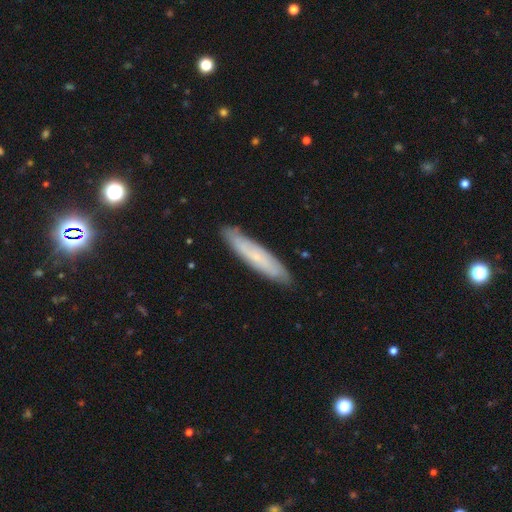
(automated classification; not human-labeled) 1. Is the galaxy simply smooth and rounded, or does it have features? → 49% smooth, 44% featured or disk, 7% star or artifact.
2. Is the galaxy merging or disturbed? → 86% none, 11% minor disturbance, 2% major disturbance, 1% merger.